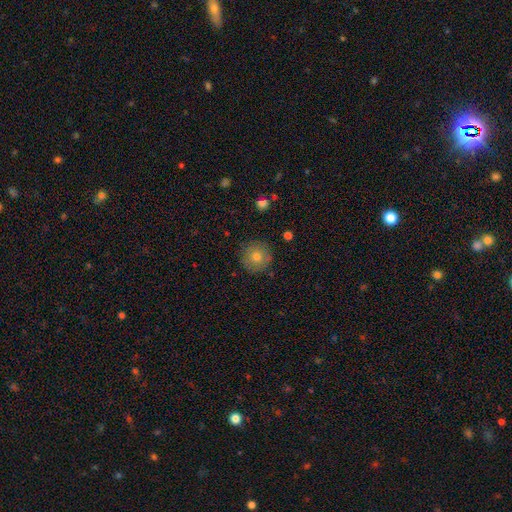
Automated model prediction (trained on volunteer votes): Smooth or featured? smooth (71%)
How rounded? round (95%)
Merging? none (89%)